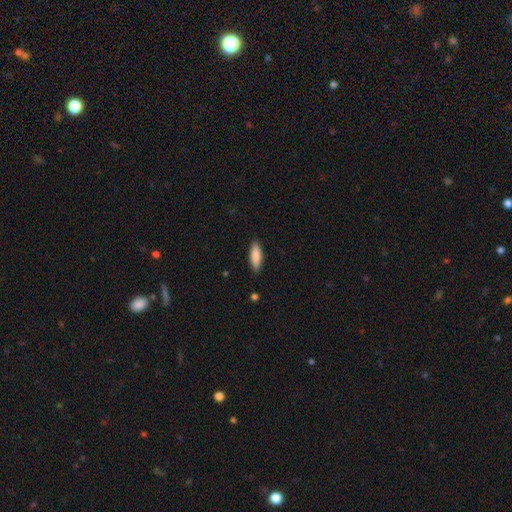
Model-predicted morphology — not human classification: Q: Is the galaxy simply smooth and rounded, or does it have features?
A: smooth — 84%.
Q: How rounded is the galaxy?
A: in between — 51%.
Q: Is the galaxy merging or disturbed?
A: none — 88%.